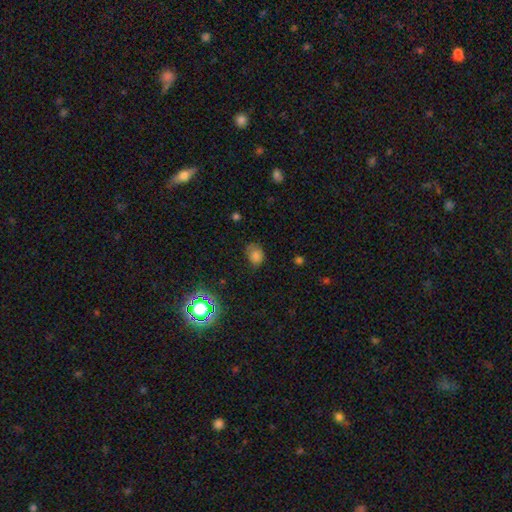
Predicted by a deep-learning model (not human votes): Q: Smooth or featured?
A: smooth (76%); runner-up: star or artifact (15%)
Q: How rounded?
A: in between (50%); runner-up: round (49%)
Q: Merging?
A: none (59%); runner-up: minor disturbance (30%)